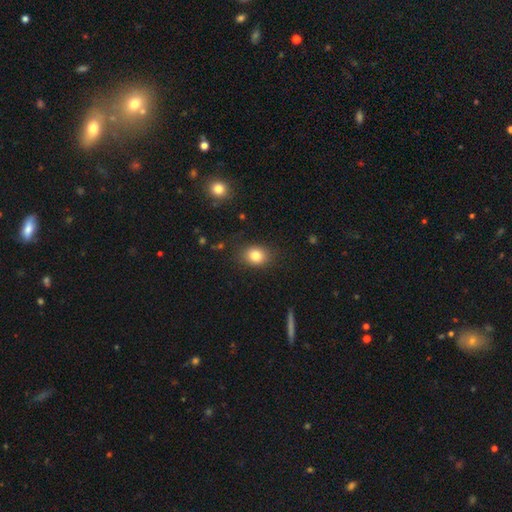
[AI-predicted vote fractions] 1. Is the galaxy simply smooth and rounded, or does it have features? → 81% smooth, 11% star or artifact, 8% featured or disk.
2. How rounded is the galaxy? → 50% in between, 49% round, 1% cigar-shaped.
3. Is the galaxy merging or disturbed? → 84% none, 11% minor disturbance, 3% major disturbance, 1% merger.